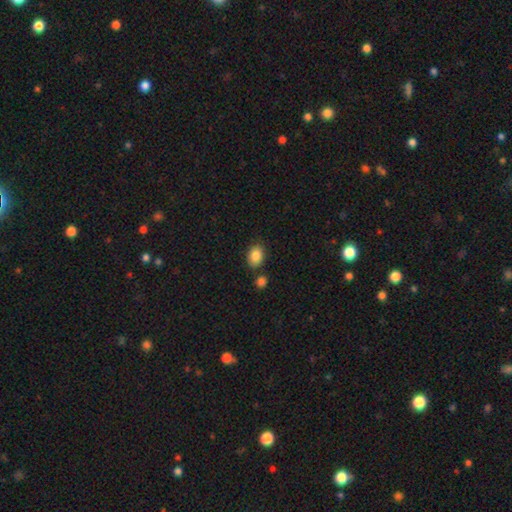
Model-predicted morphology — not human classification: A smooth galaxy with no disk features (86%) that is in between round and cigar-shaped (74%).

Vote fractions:
- Smooth or featured? smooth: 86% / star or artifact: 8% / featured or disk: 7%
- How rounded? in between: 74% / round: 25% / cigar-shaped: 1%
- Merging? none: 78% / minor disturbance: 12% / merger: 7% / major disturbance: 3%